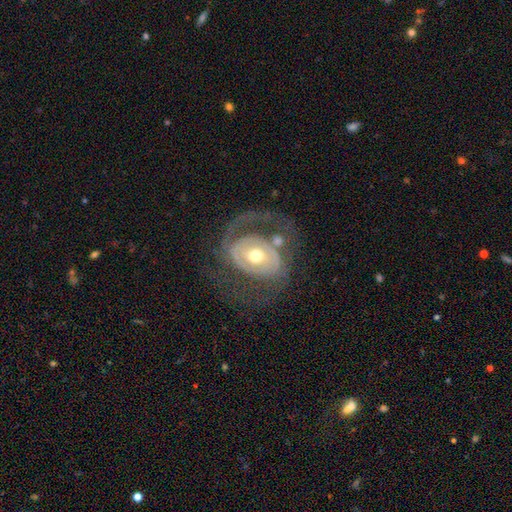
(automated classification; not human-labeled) A featured or disk galaxy (81%) with no bar (66%), 2 (53%) tight (41%) spiral arms (79%) and a moderate central bulge (70%).

Vote fractions:
- Smooth or featured? featured or disk: 81% / smooth: 14% / star or artifact: 5%
- Edge-on disk? no: 96% / yes: 4%
- Bar? no: 66% / weak: 25% / strong: 9%
- Spiral arms? yes: 79% / no: 21%
- Spiral winding? tight: 41% / medium: 36% / loose: 23%
- Spiral arm count? 2: 53% / 1: 19% / can't tell: 19% / 3: 5% / 4: 2% / more than 4: 2%
- Bulge size? moderate: 70% / small: 21% / large: 7% / dominant: 1% / none: 1%
- Merging? none: 47% / major disturbance: 30% / minor disturbance: 17% / merger: 7%